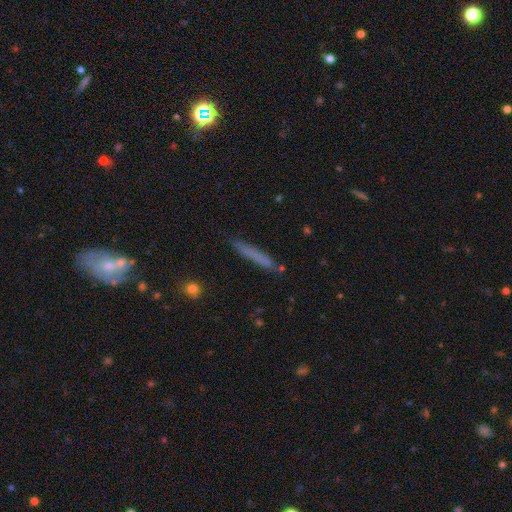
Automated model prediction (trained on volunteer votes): Smooth or featured? Predicted: smooth (p=0.68). How rounded? Predicted: cigar-shaped (p=0.95). Merging? Predicted: none (p=0.85).